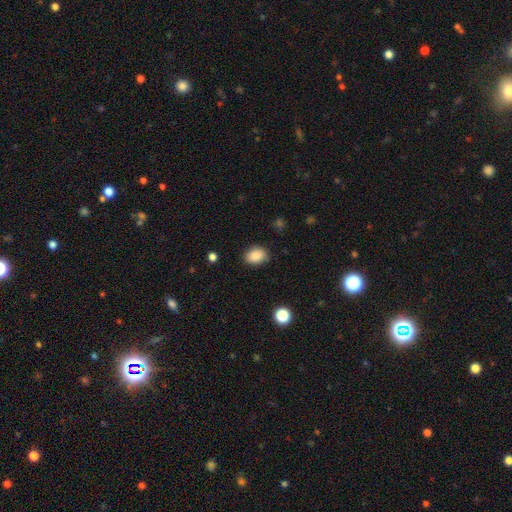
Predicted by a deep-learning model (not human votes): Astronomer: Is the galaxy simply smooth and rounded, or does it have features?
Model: smooth — 87%.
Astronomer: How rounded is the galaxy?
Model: in between — 65%.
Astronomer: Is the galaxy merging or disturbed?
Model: none — 81%.